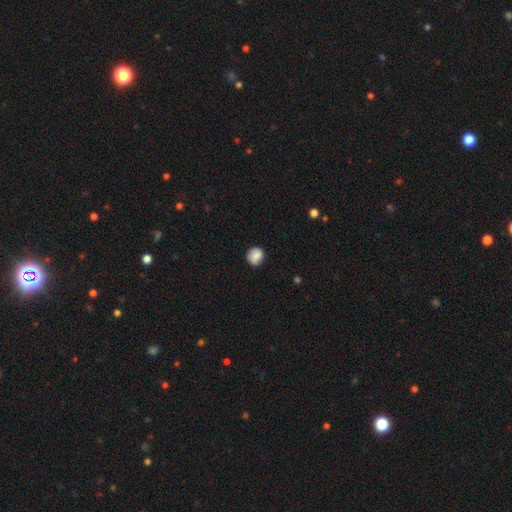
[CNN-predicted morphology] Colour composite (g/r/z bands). It shows a smooth galaxy with no disk features (81%) that is round (80%). Merging: none (78%).